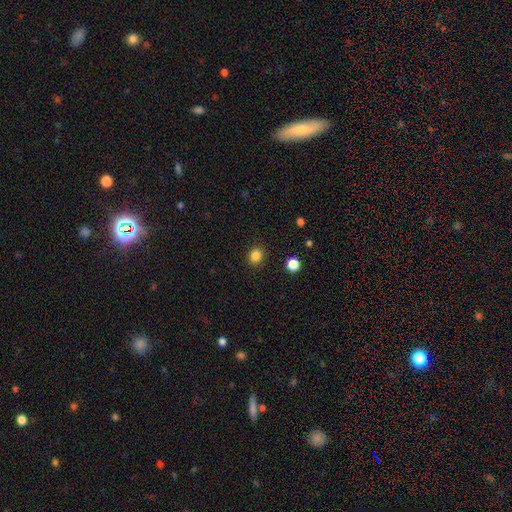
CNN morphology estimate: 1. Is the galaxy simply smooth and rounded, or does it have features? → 84% smooth, 12% star or artifact, 4% featured or disk.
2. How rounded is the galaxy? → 74% round, 25% in between, 1% cigar-shaped.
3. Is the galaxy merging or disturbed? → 90% none, 6% minor disturbance, 2% major disturbance, 1% merger.